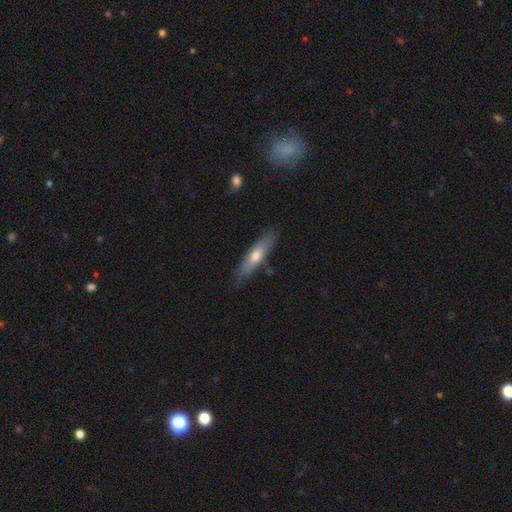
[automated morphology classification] smooth 53%, featured or disk 41%, star or artifact 6%. Down the decision tree: how rounded — cigar-shaped (79%); merging — none (85%).